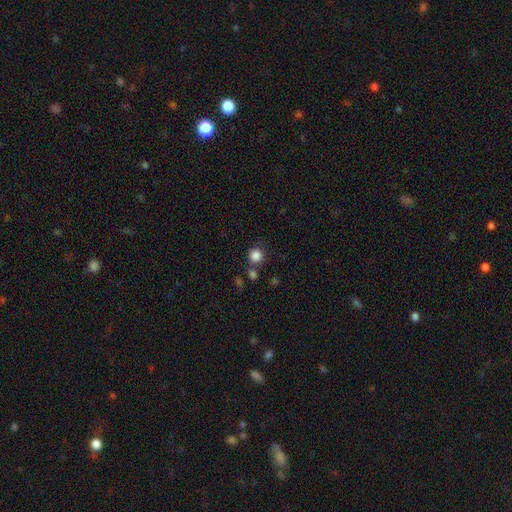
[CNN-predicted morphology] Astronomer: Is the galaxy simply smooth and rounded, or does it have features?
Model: smooth — 85%.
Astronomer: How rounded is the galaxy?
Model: round — 92%.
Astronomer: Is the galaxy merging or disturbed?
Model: none — 74%.